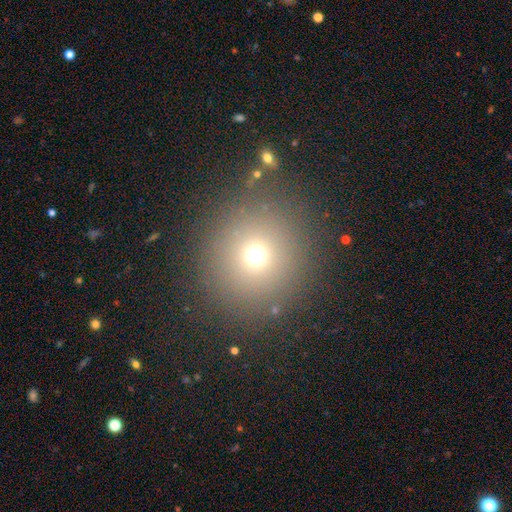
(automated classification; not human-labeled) Q: Smooth or featured?
A: smooth (68%); runner-up: star or artifact (22%)
Q: How rounded?
A: round (93%); runner-up: in between (6%)
Q: Merging?
A: none (85%); runner-up: minor disturbance (7%)